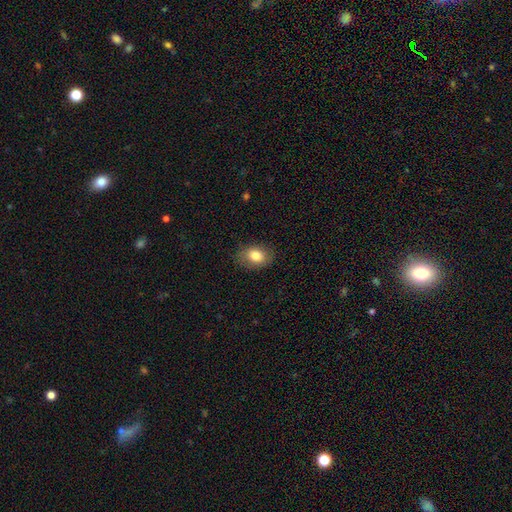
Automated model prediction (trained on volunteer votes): A smooth galaxy with no disk features (81%) that is in between round and cigar-shaped (72%). Merging: none (82%).